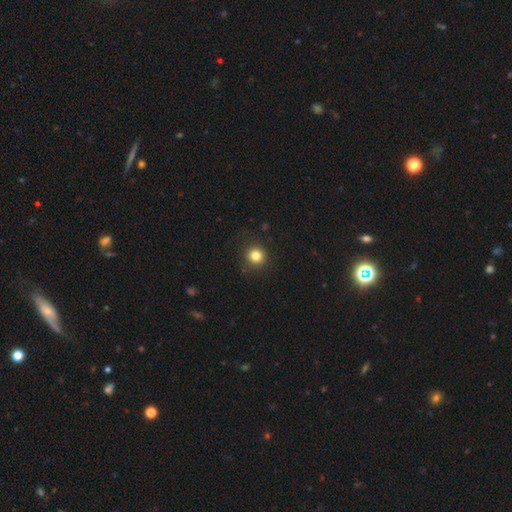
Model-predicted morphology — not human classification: type=smooth (82%); roundness=round (94%); merging=none (90%).